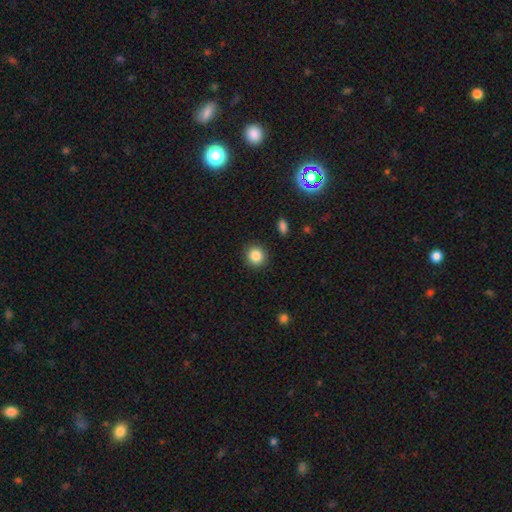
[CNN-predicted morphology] smooth_or_featured: smooth (p=0.85) [alt: star or artifact p=0.10]
how_rounded: round (p=0.90) [alt: in between p=0.09]
merging: none (p=0.91) [alt: minor disturbance p=0.06]